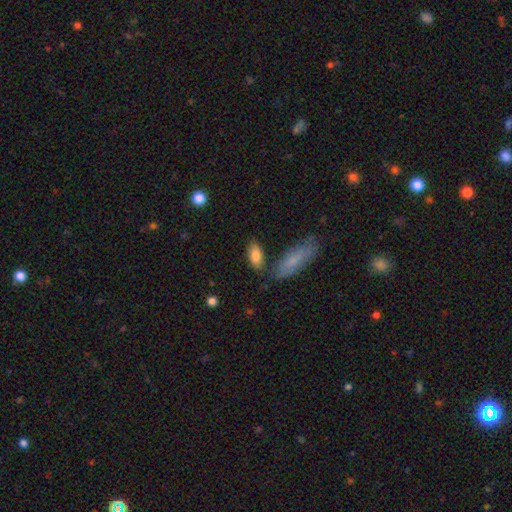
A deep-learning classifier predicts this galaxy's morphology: Smooth or featured: smooth — 82% (featured or disk — 11%)
How rounded: in between — 85% (cigar-shaped — 12%)
Merging: none — 70% (minor disturbance — 15%)